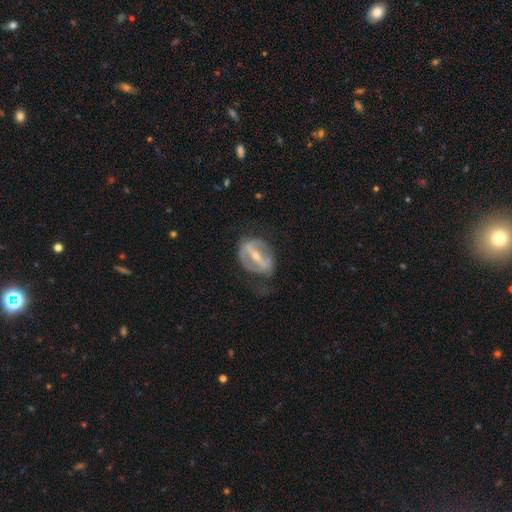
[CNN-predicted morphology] Overall: featured or disk (80%). Edge-on disk: no (89%). Bar: strong (80%). Spiral arms: no (56%; yes 44%). Bulge size: small (56%; moderate 41%). Merging: none (53%; minor disturbance 25%).